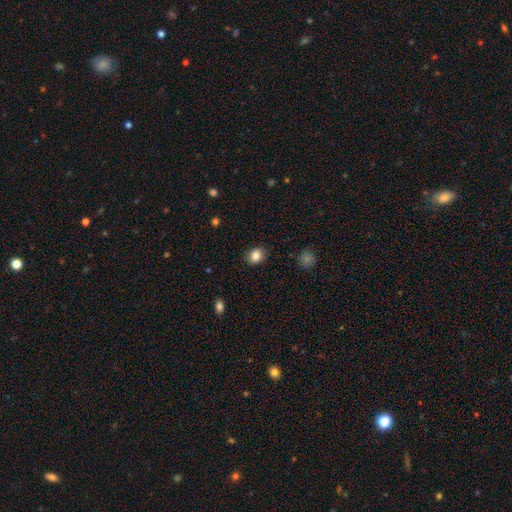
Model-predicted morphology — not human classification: Smooth or featured: smooth — 85% (star or artifact — 9%)
How rounded: round — 55% (in between — 44%)
Merging: none — 88% (minor disturbance — 9%)